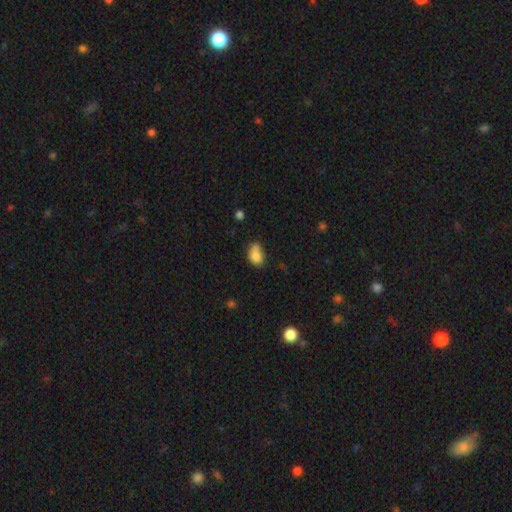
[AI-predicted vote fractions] smooth-or-featured: smooth: 80% | featured or disk: 10% | star or artifact: 10%
  how-rounded: in between: 72% | round: 27% | cigar-shaped: 1%
  merging: none: 43% | minor disturbance: 32% | merger: 15% | major disturbance: 10%